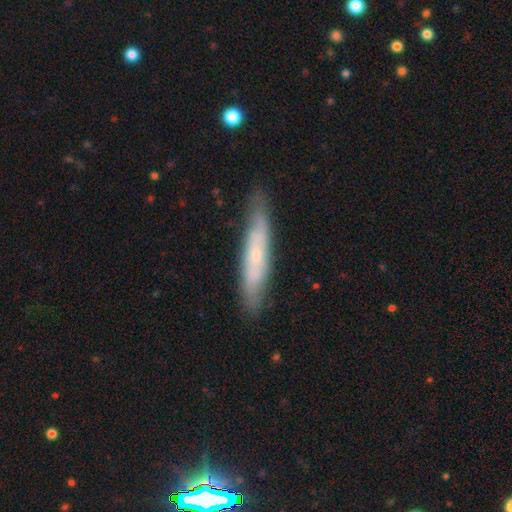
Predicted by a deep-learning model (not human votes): A featured or disk galaxy (47%).

Vote fractions:
- Smooth or featured? featured or disk: 47% / smooth: 46% / star or artifact: 6%
- Merging? none: 81% / minor disturbance: 15% / major disturbance: 3% / merger: 1%